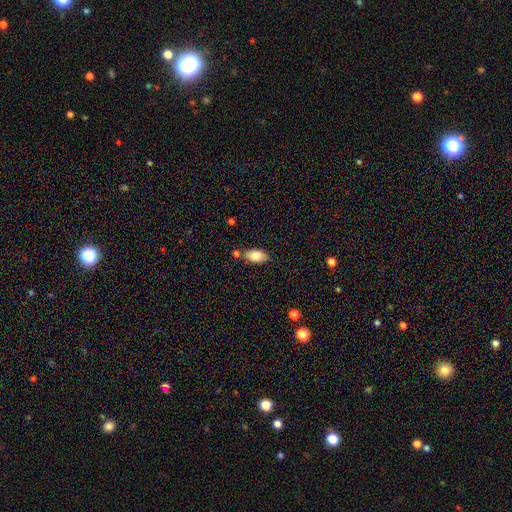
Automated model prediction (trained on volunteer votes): Smooth or featured?
  - smooth: 80% *
  - featured or disk: 12%
  - star or artifact: 7%
How rounded?
  - in between: 91% *
  - cigar-shaped: 5%
  - round: 4%
Merging?
  - none: 73% *
  - minor disturbance: 16%
  - merger: 9%
  - major disturbance: 3%